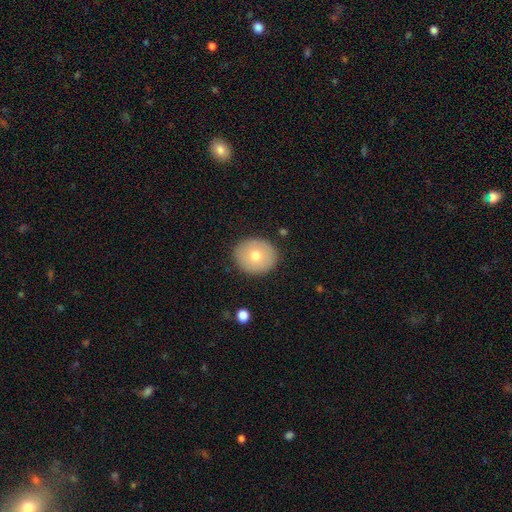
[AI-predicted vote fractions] A smooth galaxy with no disk features (70%) that is round (76%).

Vote fractions:
- Smooth or featured? smooth: 70% / featured or disk: 22% / star or artifact: 8%
- How rounded? round: 76% / in between: 23% / cigar-shaped: 1%
- Merging? none: 89% / minor disturbance: 7% / major disturbance: 2% / merger: 1%